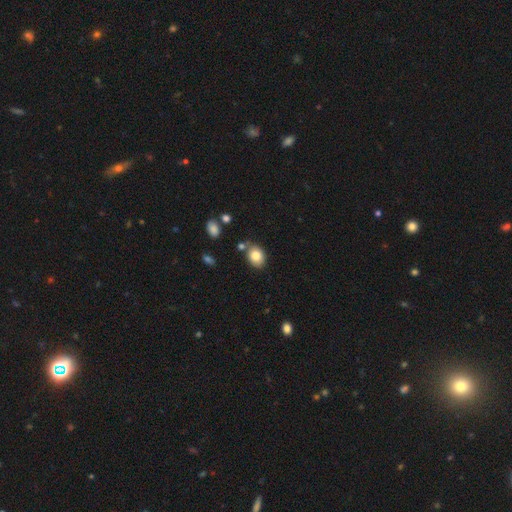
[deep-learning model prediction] This appears to be a smooth galaxy with no disk features (82%) that is in between round and cigar-shaped (65%). Merging: none (75%).